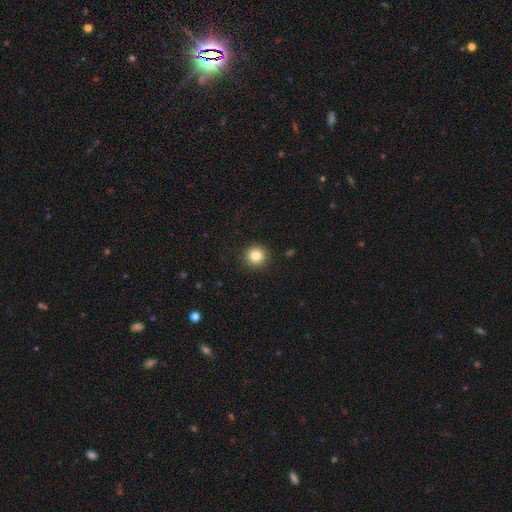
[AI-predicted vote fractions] Smooth or featured? Predicted: smooth (p=0.84). How rounded? Predicted: round (p=0.94). Merging? Predicted: none (p=0.92).